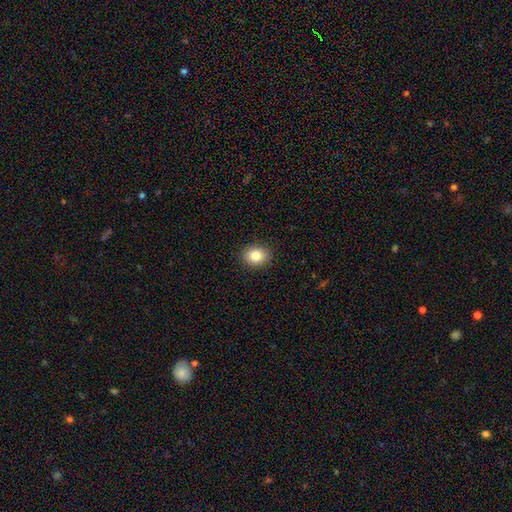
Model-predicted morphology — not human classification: This appears to be a smooth galaxy with no disk features (83%) that is round (60%). Merging: none (90%).